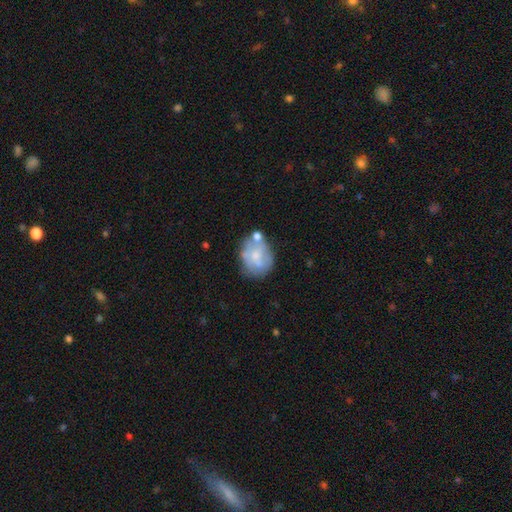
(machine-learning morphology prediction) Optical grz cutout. It shows a smooth galaxy with no disk features (48%). Merging: none (46%).